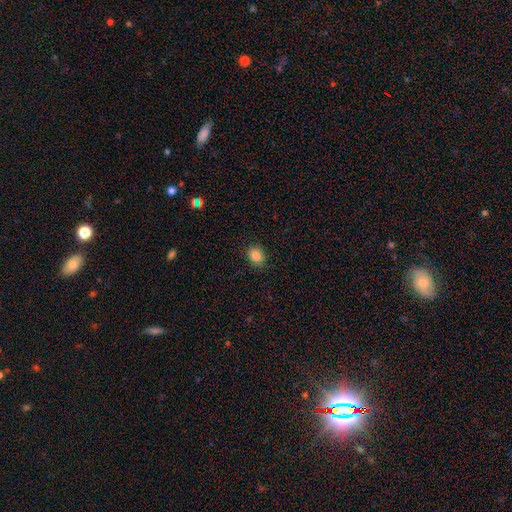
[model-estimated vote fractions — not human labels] smooth 85%, star or artifact 10%, featured or disk 5%. Down the decision tree: how rounded — round (68%); merging — none (87%).